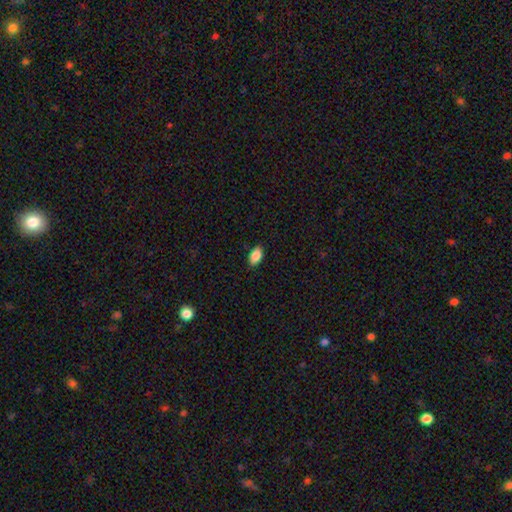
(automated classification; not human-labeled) smooth_or_featured: smooth (p=0.88) [alt: star or artifact p=0.08]
how_rounded: in between (p=0.92) [alt: round p=0.05]
merging: none (p=0.87) [alt: minor disturbance p=0.10]